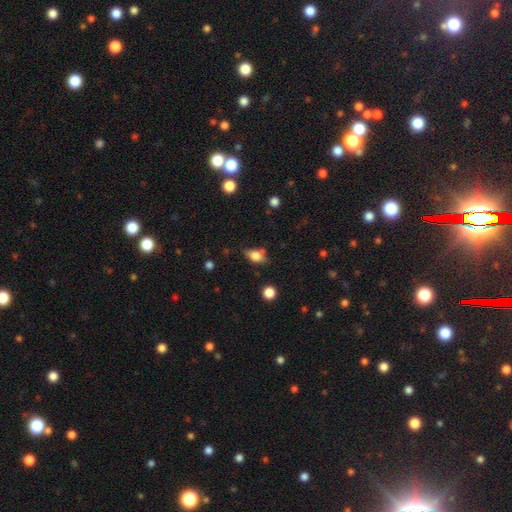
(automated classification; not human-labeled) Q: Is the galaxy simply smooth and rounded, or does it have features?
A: smooth — 74%.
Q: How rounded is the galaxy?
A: in between — 76%.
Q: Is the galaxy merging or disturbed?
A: none — 60%.